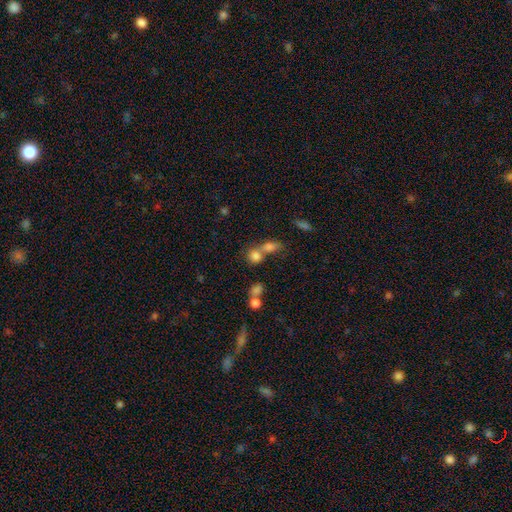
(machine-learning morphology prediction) smooth_or_featured: smooth (p=0.77) [alt: star or artifact p=0.13]
how_rounded: round (p=0.70) [alt: in between p=0.28]
merging: merger (p=0.48) [alt: none p=0.40]